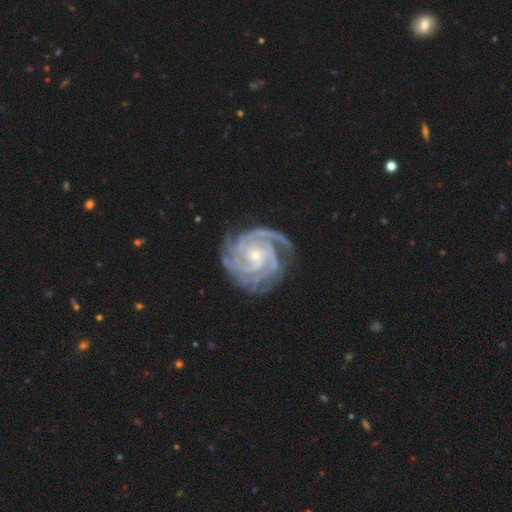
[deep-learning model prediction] This appears to be a featured or disk galaxy (93%) with no bar (70%), 4 (31%) tight (77%) spiral arms (99%) and a small central bulge (75%). Merging: none (78%).